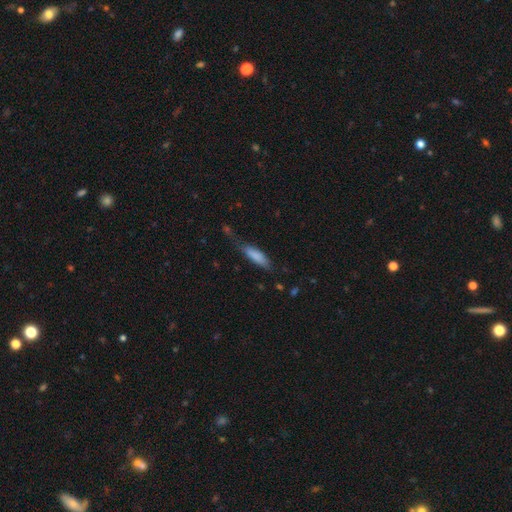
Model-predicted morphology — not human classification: The model was most divided on "merging": none: 43%, minor disturbance: 34%, major disturbance: 19%, merger: 4%. More confident: smooth or featured — smooth (79%); how rounded — cigar-shaped (56%).